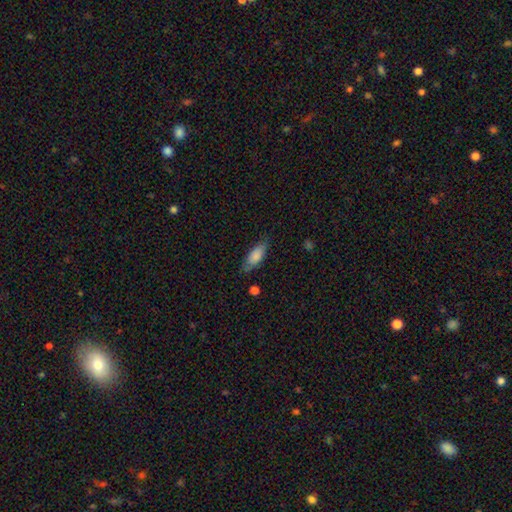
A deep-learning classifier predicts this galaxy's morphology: This appears to be a smooth galaxy with no disk features (81%) that is in between round and cigar-shaped (77%). Merging: none (75%).